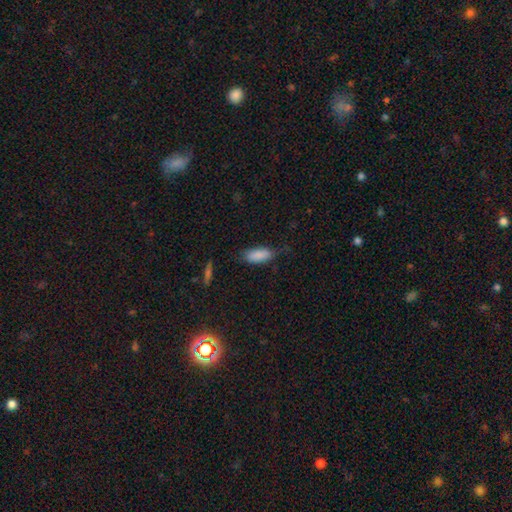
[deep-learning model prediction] Overall: smooth (86%). How rounded: in between (83%). Merging: none (64%; minor disturbance 27%).